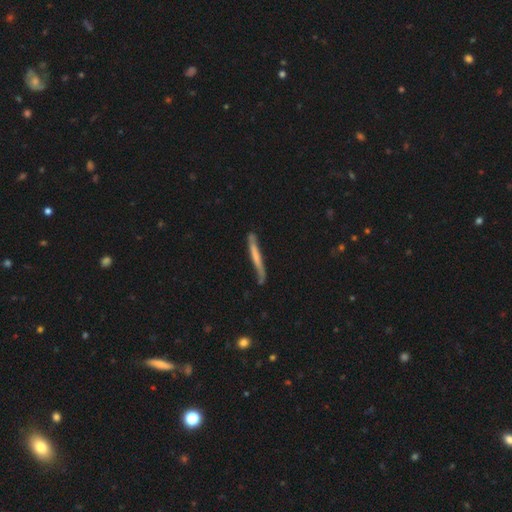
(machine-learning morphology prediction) Smooth or featured: smooth — 50% (featured or disk — 44%)
How rounded: cigar-shaped — 96% (in between — 3%)
Merging: none — 66% (minor disturbance — 25%)